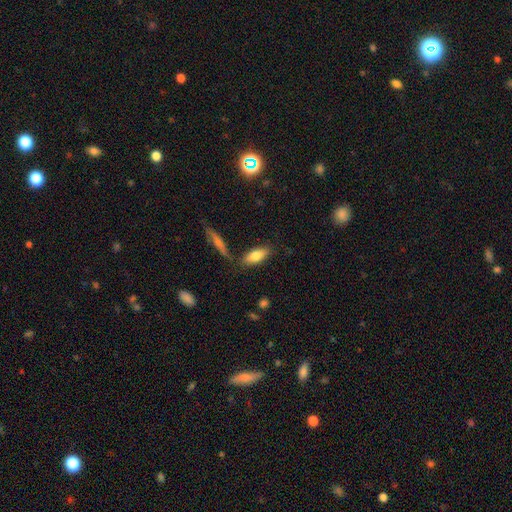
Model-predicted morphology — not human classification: A smooth galaxy with no disk features (77%) that is in between round and cigar-shaped (77%). Merging: none (75%).